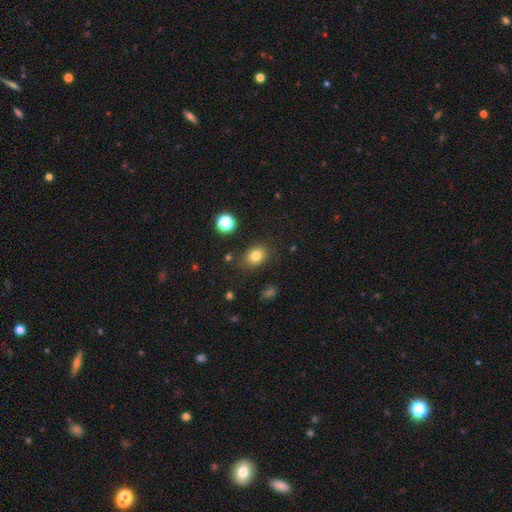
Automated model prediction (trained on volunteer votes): This is likely a smooth galaxy (79%). How rounded: possibly in between (55%). Merging: clearly none (81%).